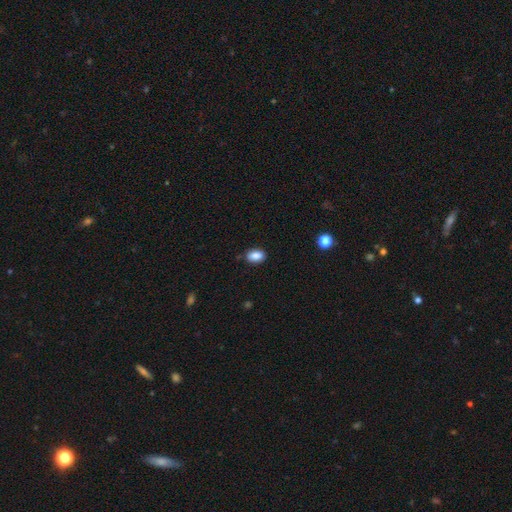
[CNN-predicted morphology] A smooth galaxy with no disk features (87%) that is in between round and cigar-shaped (86%). Merging: none (83%).